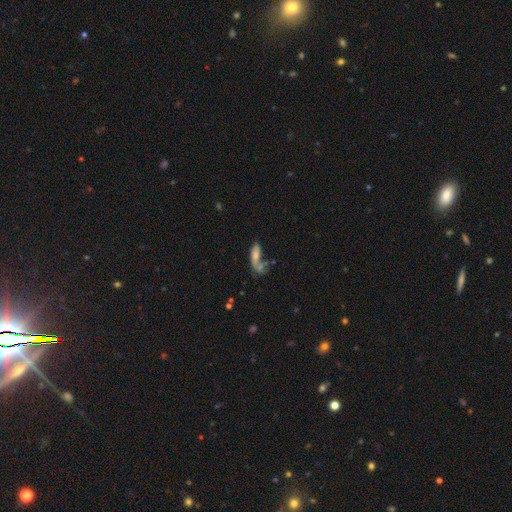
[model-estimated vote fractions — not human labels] This appears to be a smooth galaxy with no disk features (62%) that is in between round and cigar-shaped (54%). Merging: merger (32%).